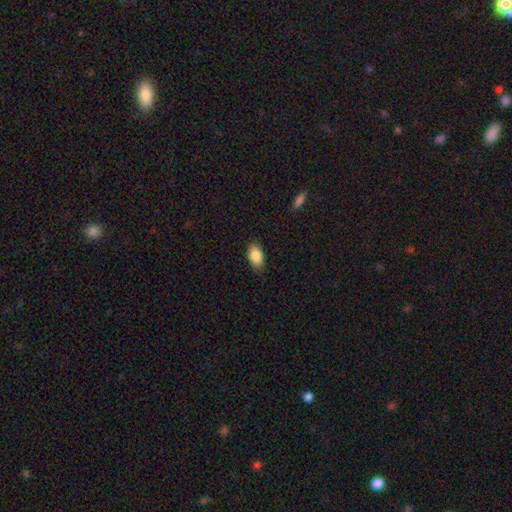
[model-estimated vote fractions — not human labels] Smooth or featured? smooth (87%)
How rounded? in between (93%)
Merging? none (86%)